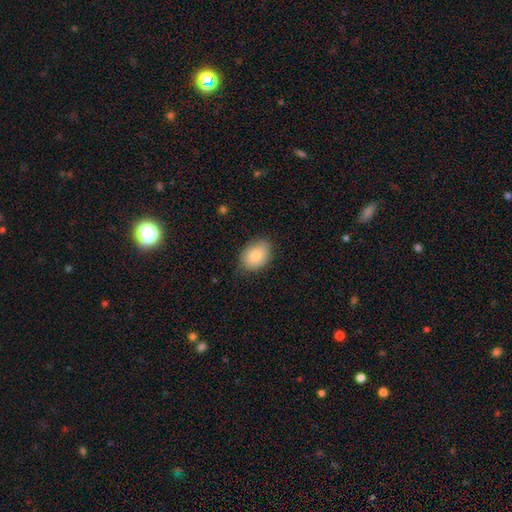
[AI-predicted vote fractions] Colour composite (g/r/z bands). It shows a smooth galaxy with no disk features (83%) that is in between round and cigar-shaped (76%). Merging: none (80%).